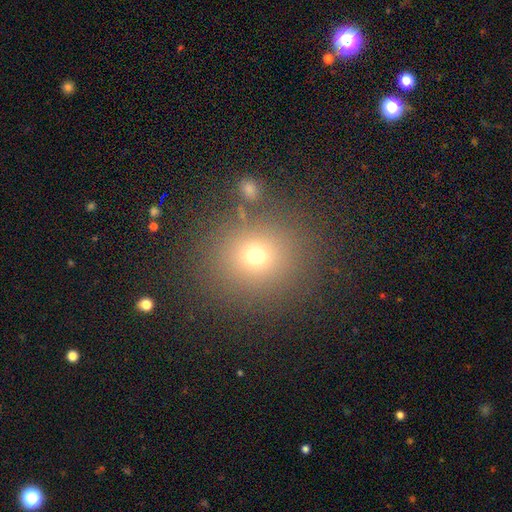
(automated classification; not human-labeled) smooth-or-featured: smooth: 69% | star or artifact: 21% | featured or disk: 10%
  how-rounded: round: 81% | in between: 18% | cigar-shaped: 1%
  merging: none: 81% | minor disturbance: 9% | merger: 5% | major disturbance: 5%